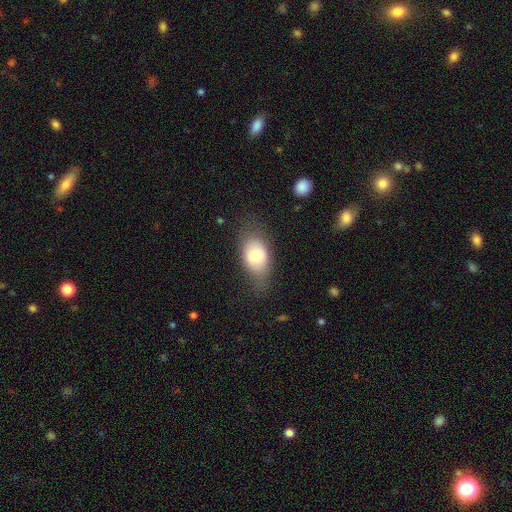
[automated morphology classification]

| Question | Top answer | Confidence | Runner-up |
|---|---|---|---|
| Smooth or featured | smooth | 72% | featured or disk (20%) |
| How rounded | in between | 85% | round (13%) |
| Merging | none | 63% | minor disturbance (24%) |